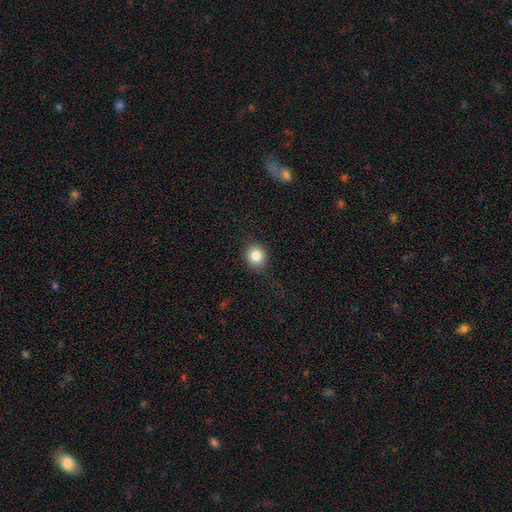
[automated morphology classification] Smooth or featured? smooth (85%)
How rounded? round (83%)
Merging? none (84%)